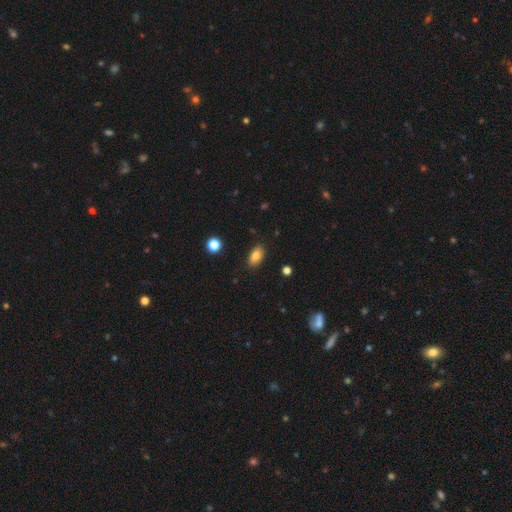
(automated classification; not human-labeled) smooth_or_featured: smooth (p=0.82) [alt: star or artifact p=0.09]
how_rounded: in between (p=0.90) [alt: round p=0.07]
merging: none (p=0.86) [alt: minor disturbance p=0.10]